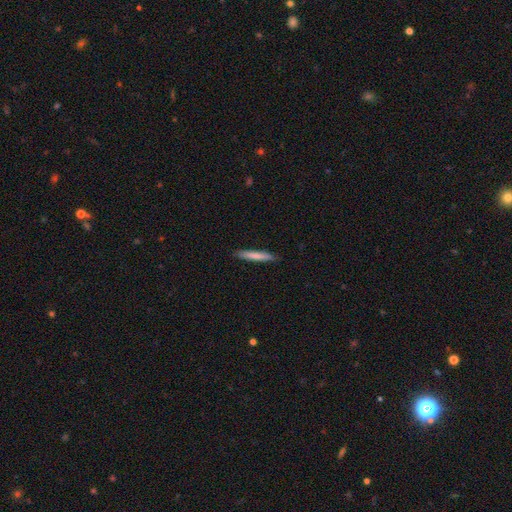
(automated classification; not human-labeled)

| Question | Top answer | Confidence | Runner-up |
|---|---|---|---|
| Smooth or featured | smooth | 77% | featured or disk (18%) |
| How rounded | cigar-shaped | 94% | in between (5%) |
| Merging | none | 90% | minor disturbance (8%) |